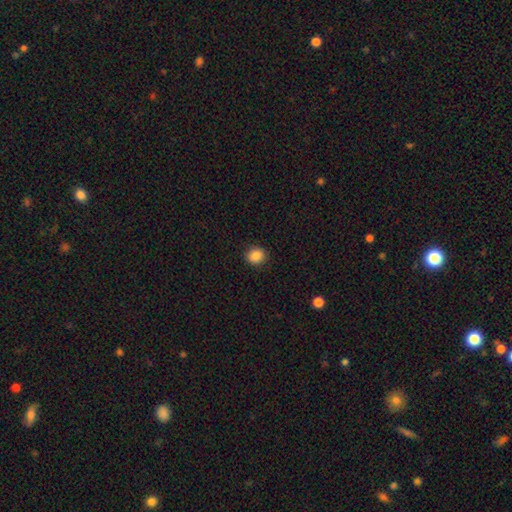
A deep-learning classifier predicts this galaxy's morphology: Q: Smooth or featured?
A: smooth (87%); runner-up: star or artifact (10%)
Q: How rounded?
A: round (80%); runner-up: in between (19%)
Q: Merging?
A: none (91%); runner-up: minor disturbance (6%)